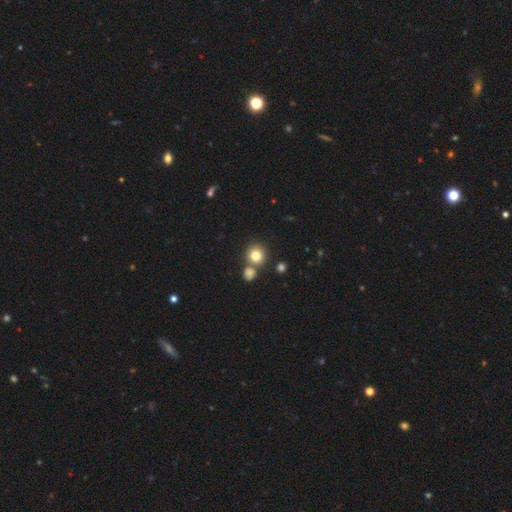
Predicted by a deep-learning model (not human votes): Smooth or featured: smooth — 80% (star or artifact — 12%)
How rounded: round — 89% (in between — 10%)
Merging: none — 66% (merger — 23%)